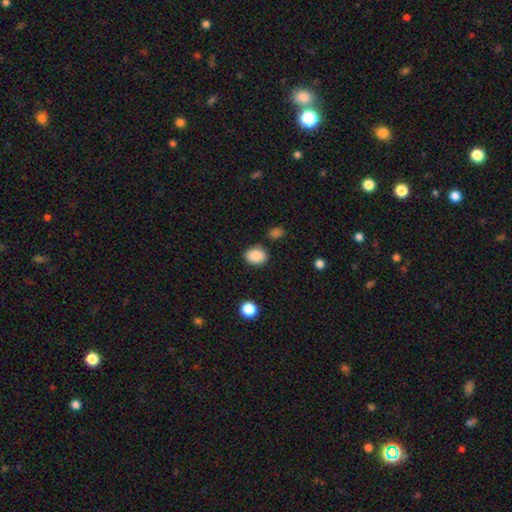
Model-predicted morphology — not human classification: This is clearly a smooth galaxy (88%). How rounded: likely in between (65%). Merging: clearly none (80%).